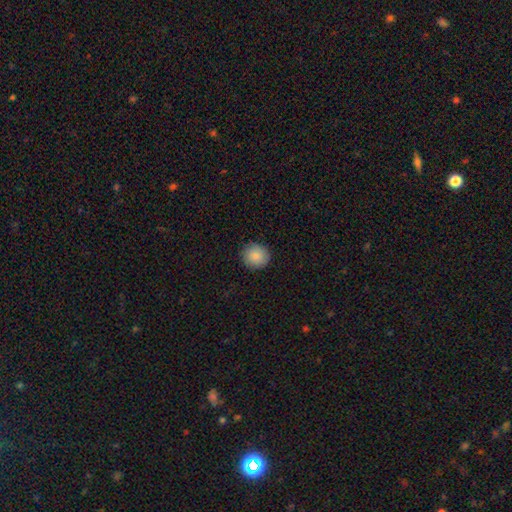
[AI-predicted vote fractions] Morphology: type=smooth (87%); roundness=round (90%); merging=none (89%).